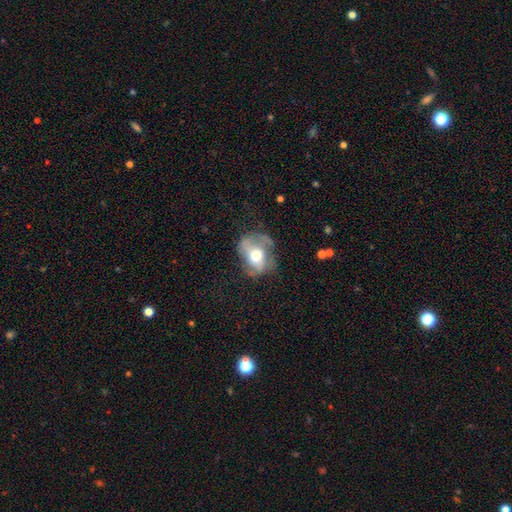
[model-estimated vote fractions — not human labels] Overall: featured or disk (57%; smooth 35%). Edge-on disk: no (95%). Bar: no (66%). Spiral arms: yes (60%; no 40%). Bulge size: moderate (46%; large 42%). Merging: none (45%; minor disturbance 26%).